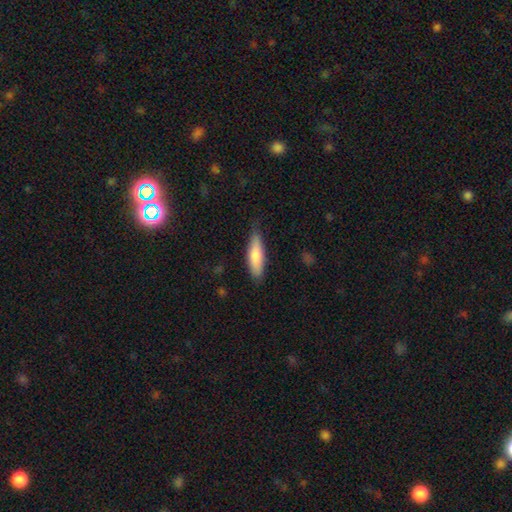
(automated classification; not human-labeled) Q: Smooth or featured?
A: smooth (80%); runner-up: featured or disk (15%)
Q: How rounded?
A: cigar-shaped (59%); runner-up: in between (39%)
Q: Merging?
A: none (76%); runner-up: minor disturbance (20%)